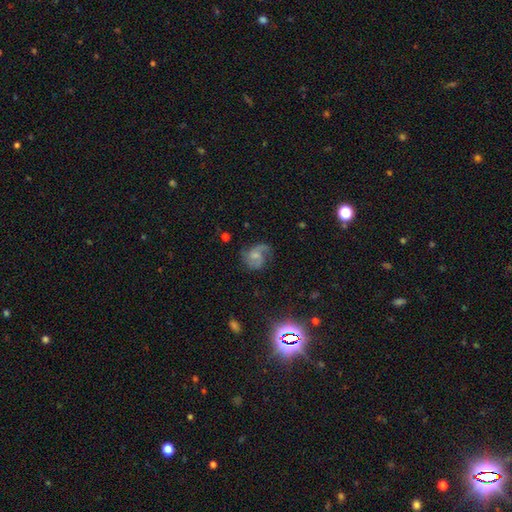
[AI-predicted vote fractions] smooth-or-featured: featured or disk: 68% | smooth: 22% | star or artifact: 10%
  disk-edge-on: no: 98% | yes: 2%
    bar: no: 65% | weak: 30% | strong: 5%
    has-spiral-arms: yes: 92% | no: 8%
      spiral-winding: medium: 46% | loose: 34% | tight: 20%
      spiral-arm-count: 2: 61% | 1: 20% | can't tell: 10% | 3: 6% | 4: 2% | more than 4: 2%
    bulge-size: small: 48% | moderate: 32% | none: 16% | large: 3% | dominant: 1%
  merging: none: 54% | minor disturbance: 24% | major disturbance: 21% | merger: 2%